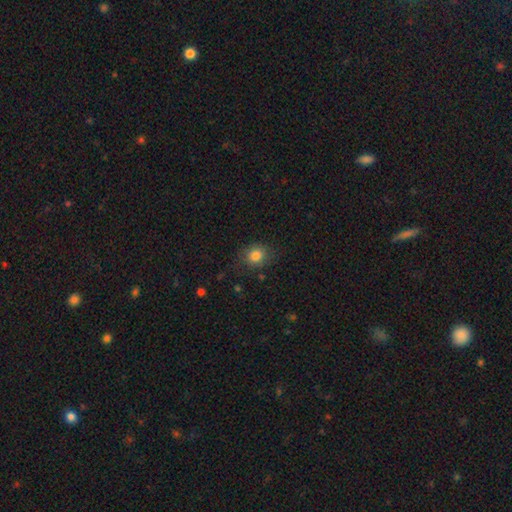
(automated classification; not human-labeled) This is clearly a smooth galaxy (82%). How rounded: likely round (66%). Merging: likely none (77%).